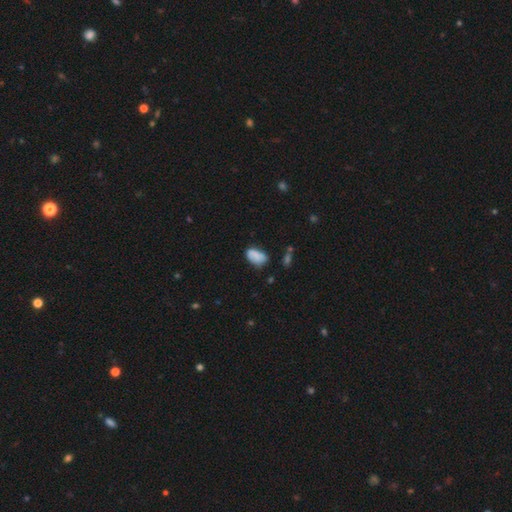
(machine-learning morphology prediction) The model was most divided on "merging": none: 58%, minor disturbance: 28%, major disturbance: 7%, merger: 6%. More confident: how rounded — in between (92%); smooth or featured — smooth (80%).